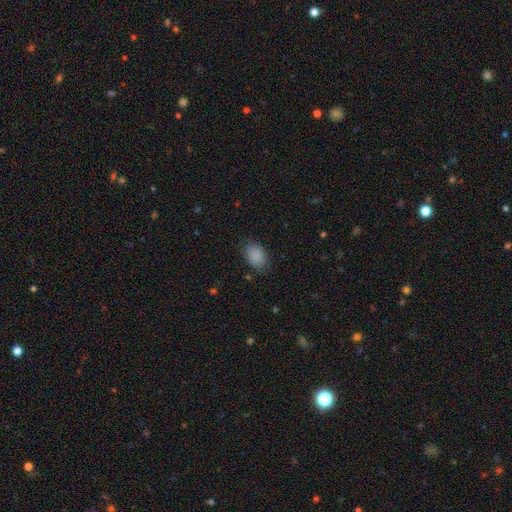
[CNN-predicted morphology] The model was most divided on "how rounded": in between: 79%, round: 20%, cigar-shaped: 1%. More confident: smooth or featured — smooth (88%); merging — none (80%).